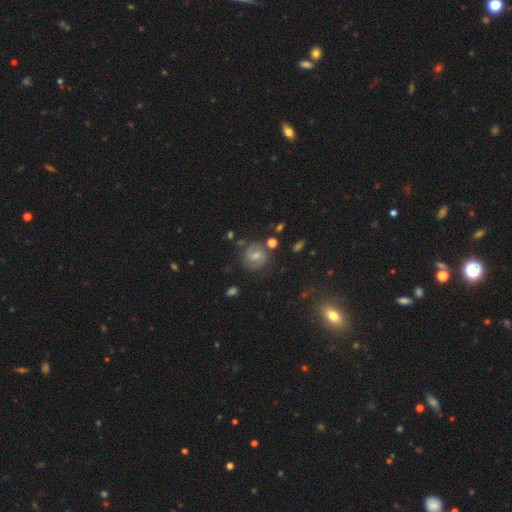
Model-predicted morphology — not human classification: featured or disk 49%, smooth 40%, star or artifact 11%. Down the decision tree: merging — none (75%).